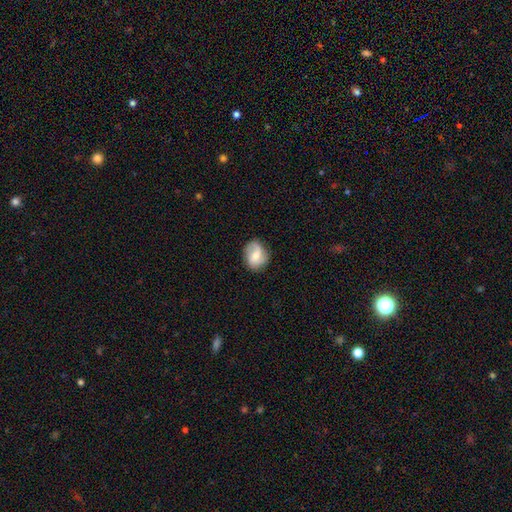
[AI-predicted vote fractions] The model was most divided on "smooth or featured": featured or disk: 50%, smooth: 43%, star or artifact: 7%. More confident: merging — none (73%).